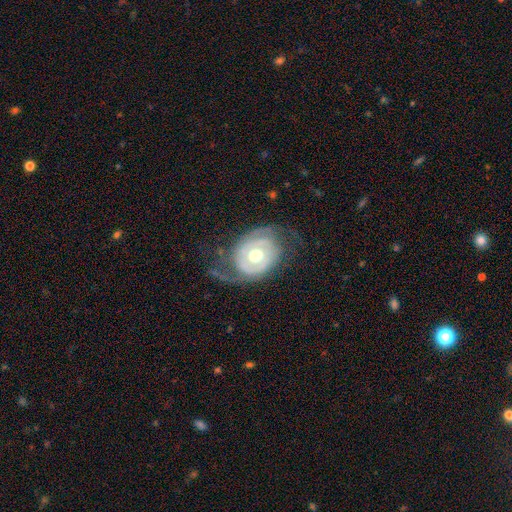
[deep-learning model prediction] smooth-or-featured: featured or disk: 75% | smooth: 20% | star or artifact: 5%
  disk-edge-on: no: 95% | yes: 5%
    bar: no: 75% | weak: 19% | strong: 6%
    has-spiral-arms: yes: 67% | no: 33%
    bulge-size: moderate: 75% | large: 14% | small: 8% | dominant: 1% | none: 1%
  merging: none: 55% | major disturbance: 22% | minor disturbance: 21% | merger: 1%